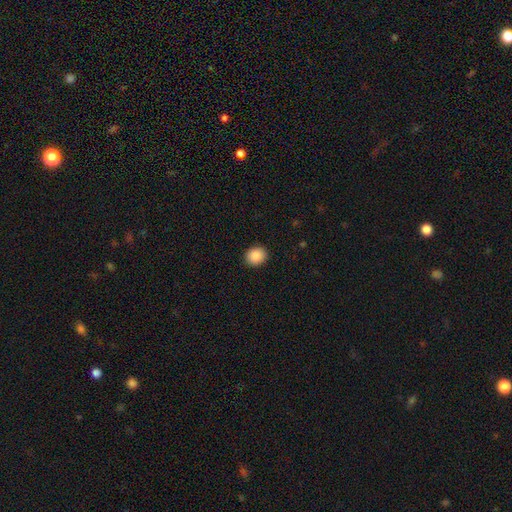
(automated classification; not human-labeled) Overall: smooth (89%). How rounded: round (68%; in between 31%). Merging: none (91%).